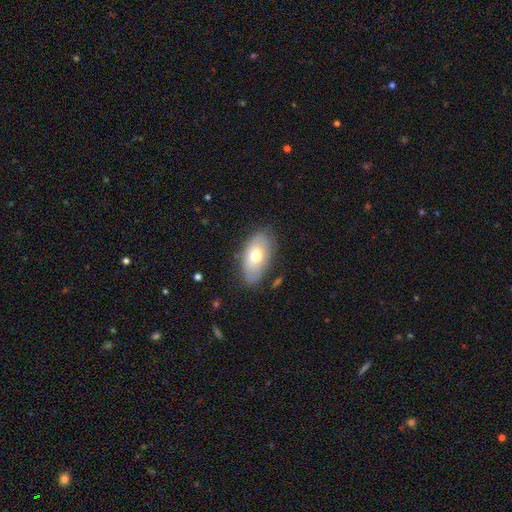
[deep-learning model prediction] Smooth or featured: smooth — 68% (featured or disk — 25%)
How rounded: in between — 92% (round — 4%)
Merging: none — 77% (minor disturbance — 17%)